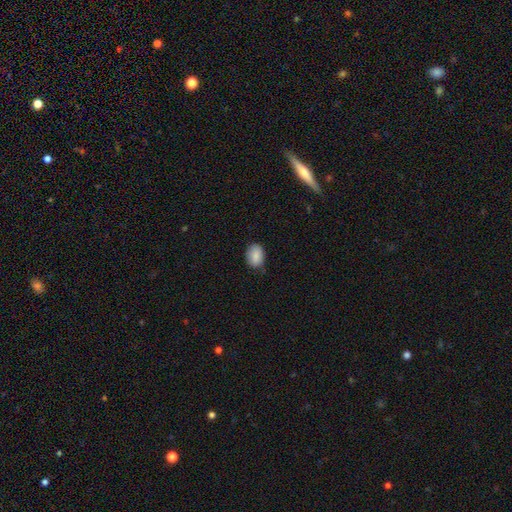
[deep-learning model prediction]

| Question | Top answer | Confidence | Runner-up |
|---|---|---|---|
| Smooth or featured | smooth | 88% | star or artifact (7%) |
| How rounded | in between | 77% | round (22%) |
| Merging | none | 78% | minor disturbance (18%) |